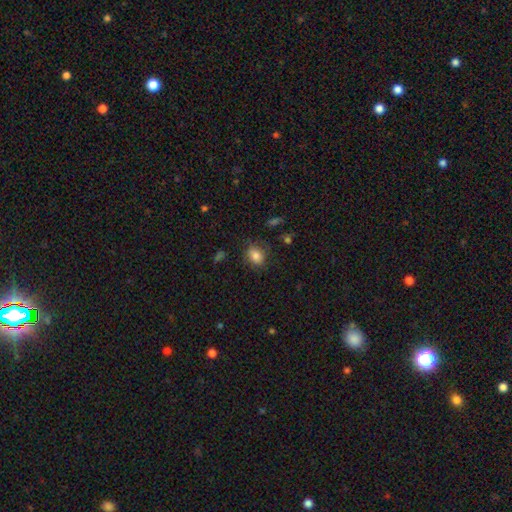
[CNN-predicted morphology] smooth_or_featured: smooth (p=0.81) [alt: star or artifact p=0.10]
how_rounded: in between (p=0.57) [alt: round p=0.41]
merging: none (p=0.76) [alt: minor disturbance p=0.17]